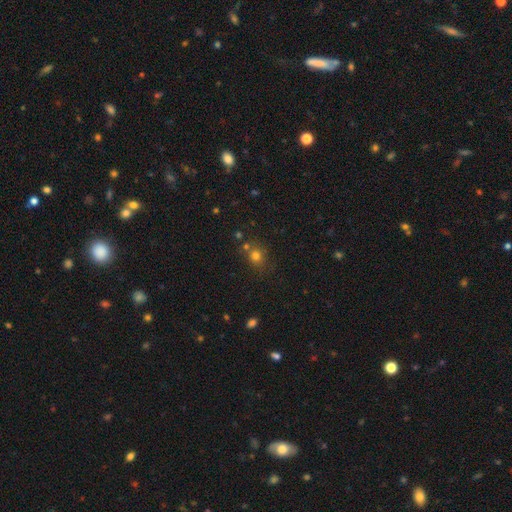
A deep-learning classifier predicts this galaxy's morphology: The model was most divided on "merging": none: 68%, merger: 16%, minor disturbance: 12%, major disturbance: 4%. More confident: how rounded — round (78%); smooth or featured — smooth (74%).